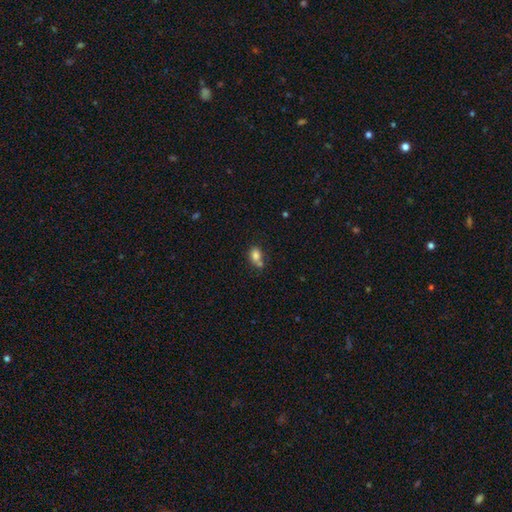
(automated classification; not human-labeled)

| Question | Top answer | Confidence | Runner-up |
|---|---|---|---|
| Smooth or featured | smooth | 80% | star or artifact (11%) |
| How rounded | in between | 63% | round (36%) |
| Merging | none | 45% | merger (34%) |